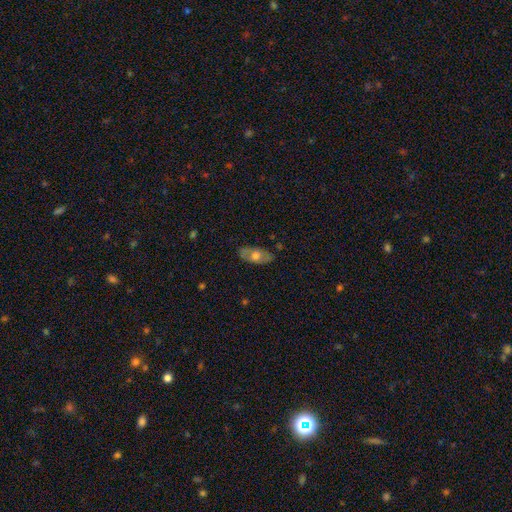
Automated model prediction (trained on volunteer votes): A smooth galaxy with no disk features (56%) that is in between round and cigar-shaped (89%). Merging: none (80%).